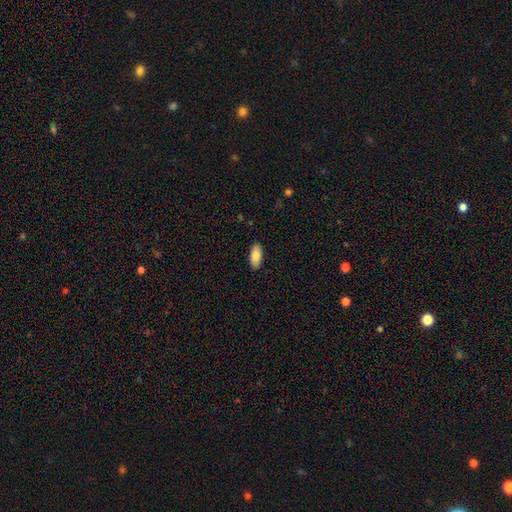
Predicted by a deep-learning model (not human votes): This is clearly a smooth galaxy (84%). How rounded: clearly in between (85%). Merging: clearly none (89%).